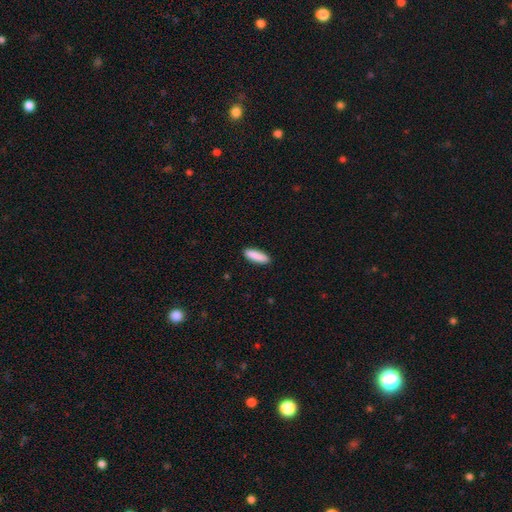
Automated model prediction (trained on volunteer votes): smooth-or-featured: smooth: 89% | star or artifact: 6% | featured or disk: 5%
  how-rounded: cigar-shaped: 56% | in between: 42% | round: 2%
  merging: none: 90% | minor disturbance: 7% | major disturbance: 2% | merger: 1%